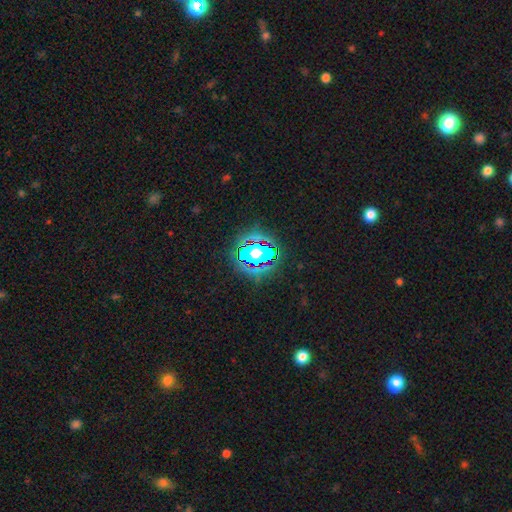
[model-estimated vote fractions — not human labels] Morphology: type=star or artifact (51%).